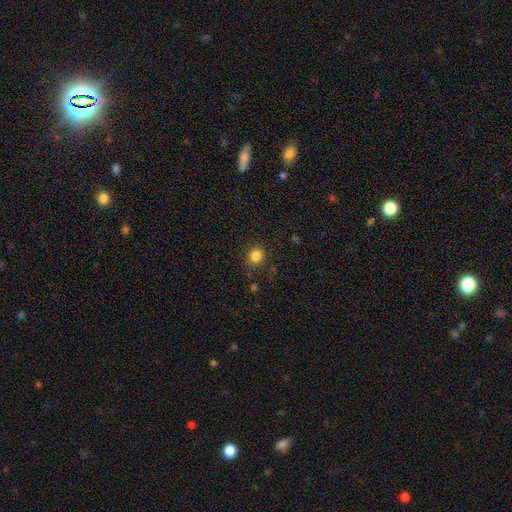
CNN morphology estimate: smooth 83%, star or artifact 12%, featured or disk 4%. Down the decision tree: how rounded — round (81%); merging — none (86%).